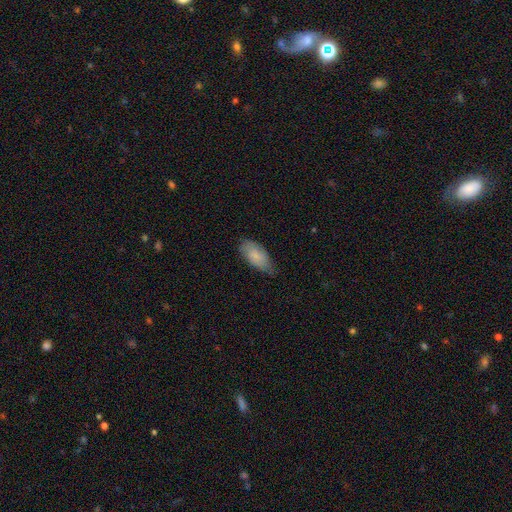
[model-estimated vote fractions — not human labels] Smooth or featured?
  - smooth: 80% *
  - featured or disk: 14%
  - star or artifact: 6%
How rounded?
  - in between: 91% *
  - cigar-shaped: 7%
  - round: 2%
Merging?
  - none: 66% *
  - minor disturbance: 28%
  - major disturbance: 4%
  - merger: 1%